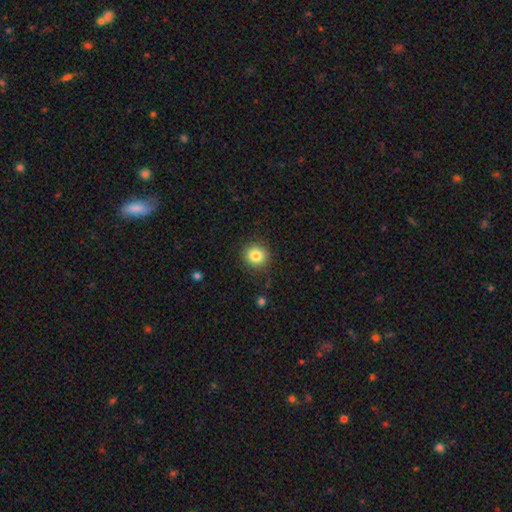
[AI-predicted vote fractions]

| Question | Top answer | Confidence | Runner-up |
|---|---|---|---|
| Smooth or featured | smooth | 82% | star or artifact (11%) |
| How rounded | round | 91% | in between (8%) |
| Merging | none | 87% | minor disturbance (9%) |